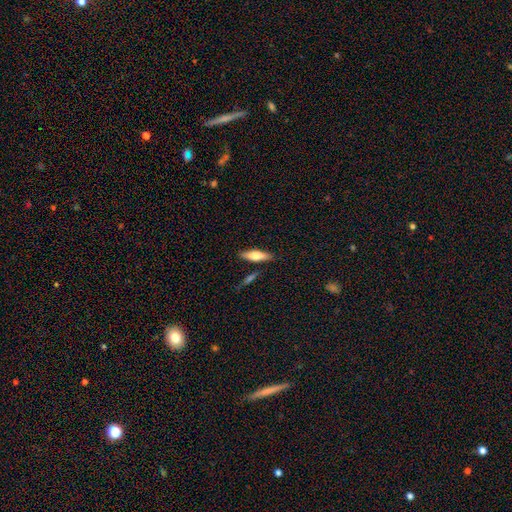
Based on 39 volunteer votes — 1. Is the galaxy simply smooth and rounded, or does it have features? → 62% smooth, 31% featured or disk, 8% star or artifact.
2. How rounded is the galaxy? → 58% in between, 42% cigar-shaped, 0% round.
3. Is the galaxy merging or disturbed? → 92% none, 8% minor disturbance, 0% major disturbance, 0% merger.